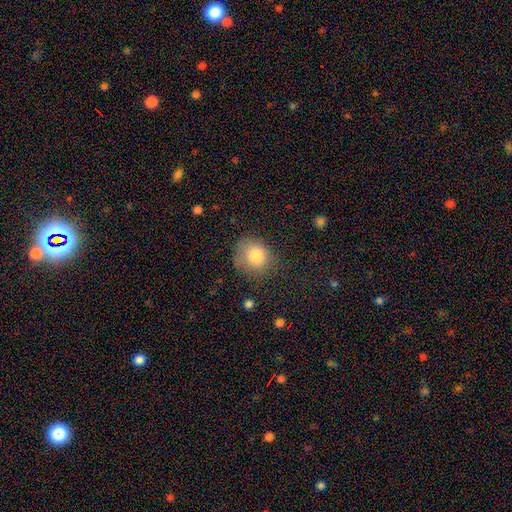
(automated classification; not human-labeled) Overall: smooth (82%). How rounded: round (74%). Merging: none (65%).